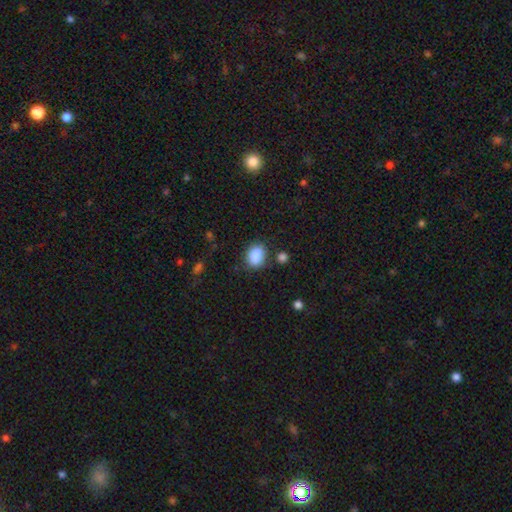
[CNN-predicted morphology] smooth 88%, star or artifact 8%, featured or disk 4%. Down the decision tree: how rounded — in between (67%); merging — none (76%).